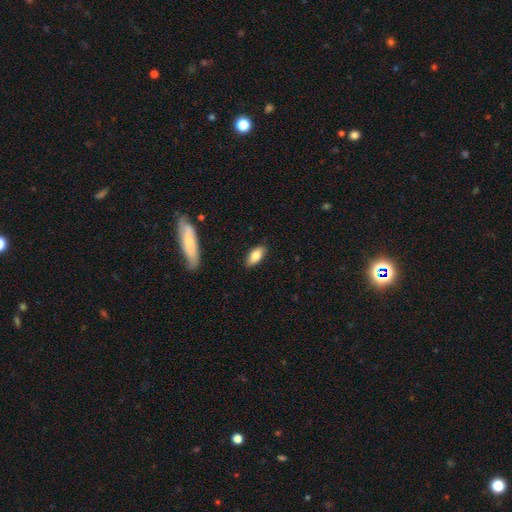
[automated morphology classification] smooth_or_featured: smooth (p=0.80) [alt: featured or disk p=0.14]
how_rounded: in between (p=0.85) [alt: cigar-shaped p=0.13]
merging: none (p=0.86) [alt: minor disturbance p=0.11]